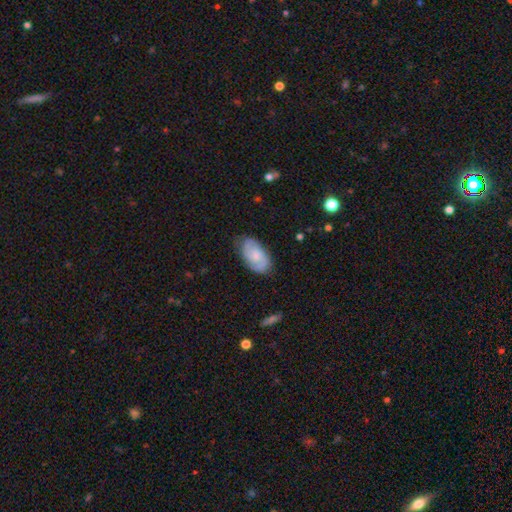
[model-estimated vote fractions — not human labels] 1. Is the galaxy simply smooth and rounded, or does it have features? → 58% featured or disk, 36% smooth, 6% star or artifact.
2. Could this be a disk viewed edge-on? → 96% no, 4% yes.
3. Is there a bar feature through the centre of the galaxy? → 63% no, 32% weak, 5% strong.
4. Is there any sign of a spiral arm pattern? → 90% yes, 10% no.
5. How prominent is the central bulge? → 48% small, 34% moderate, 13% none, 4% large, 1% dominant.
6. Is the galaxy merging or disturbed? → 77% none, 18% minor disturbance, 4% major disturbance, 1% merger.